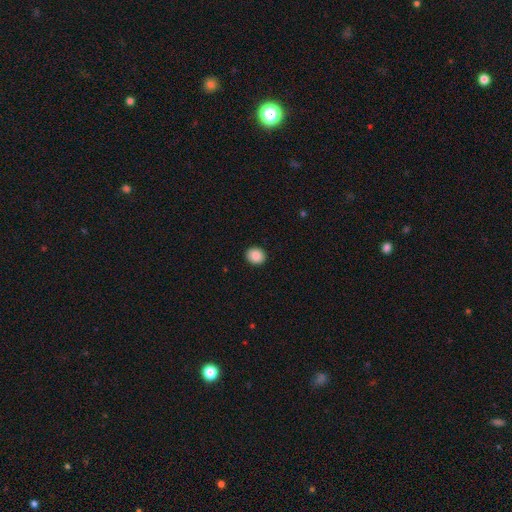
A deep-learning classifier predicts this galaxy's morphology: smooth_or_featured: smooth (p=0.88) [alt: star or artifact p=0.08]
how_rounded: round (p=0.70) [alt: in between p=0.29]
merging: none (p=0.91) [alt: minor disturbance p=0.06]